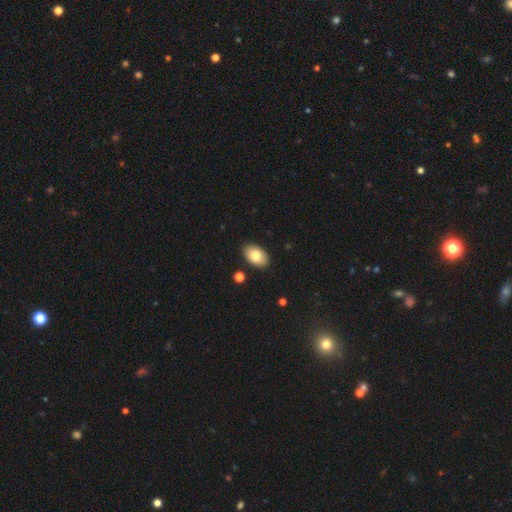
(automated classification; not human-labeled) smooth_or_featured: smooth (p=0.81) [alt: featured or disk p=0.12]
how_rounded: in between (p=0.93) [alt: round p=0.06]
merging: none (p=0.88) [alt: minor disturbance p=0.09]